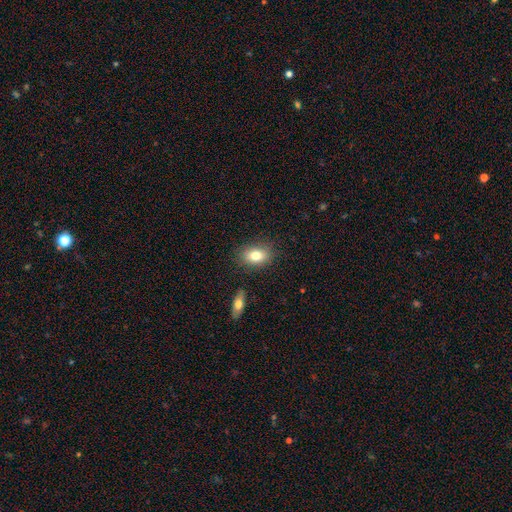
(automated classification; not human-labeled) A smooth galaxy with no disk features (79%) that is in between round and cigar-shaped (81%).

Vote fractions:
- Smooth or featured? smooth: 79% / featured or disk: 12% / star or artifact: 9%
- How rounded? in between: 81% / round: 17% / cigar-shaped: 2%
- Merging? none: 83% / minor disturbance: 12% / major disturbance: 3% / merger: 3%